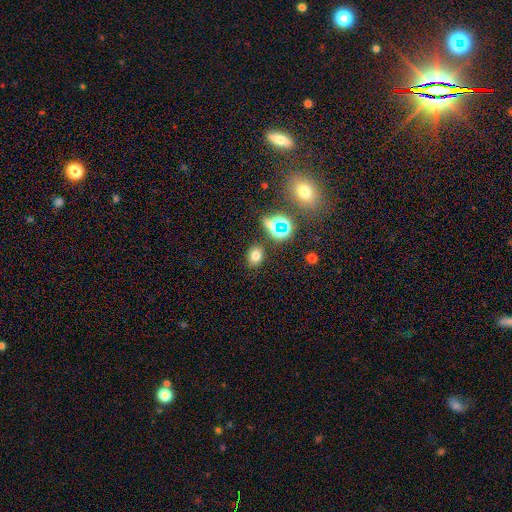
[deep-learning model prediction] A smooth galaxy with no disk features (70%) that is in between round and cigar-shaped (55%). Merging: none (83%).